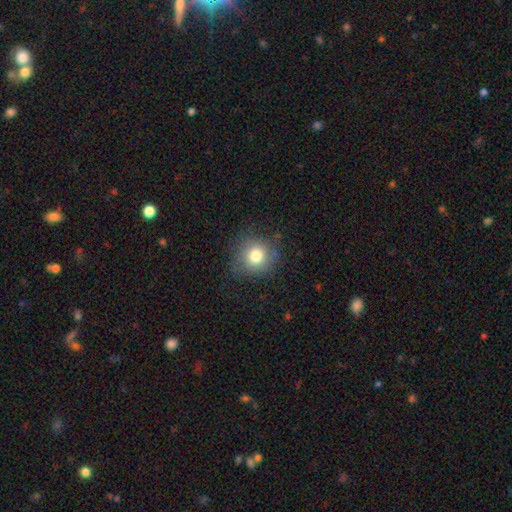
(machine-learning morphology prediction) smooth-or-featured: smooth: 78% | star or artifact: 11% | featured or disk: 11%
  how-rounded: round: 87% | in between: 12% | cigar-shaped: 1%
  merging: none: 78% | minor disturbance: 15% | major disturbance: 5% | merger: 1%